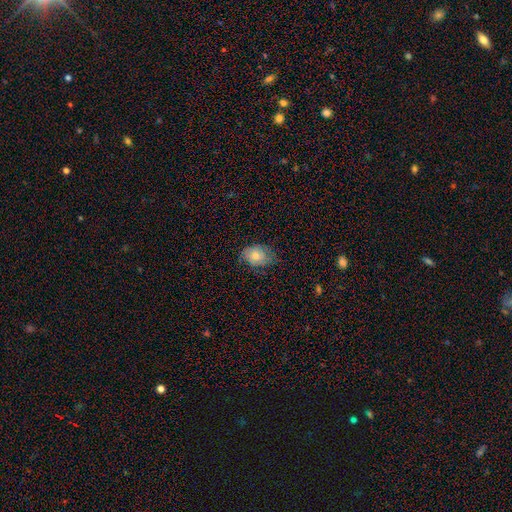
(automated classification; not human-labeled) Q: Smooth or featured?
A: smooth (61%); runner-up: featured or disk (29%)
Q: How rounded?
A: in between (63%); runner-up: round (36%)
Q: Merging?
A: none (62%); runner-up: minor disturbance (28%)